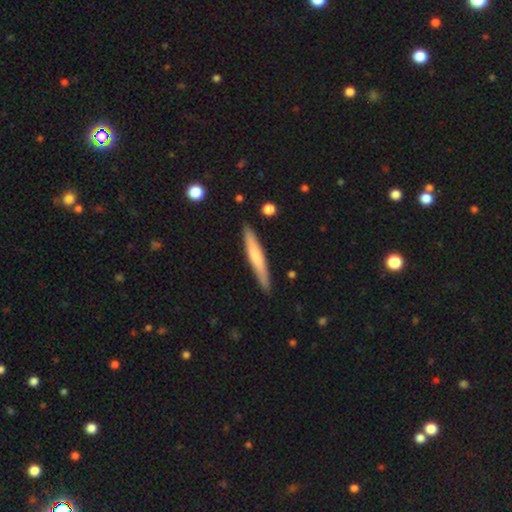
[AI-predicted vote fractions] smooth_or_featured: smooth (p=0.59) [alt: featured or disk p=0.36]
how_rounded: cigar-shaped (p=0.94) [alt: in between p=0.05]
merging: none (p=0.89) [alt: minor disturbance p=0.08]